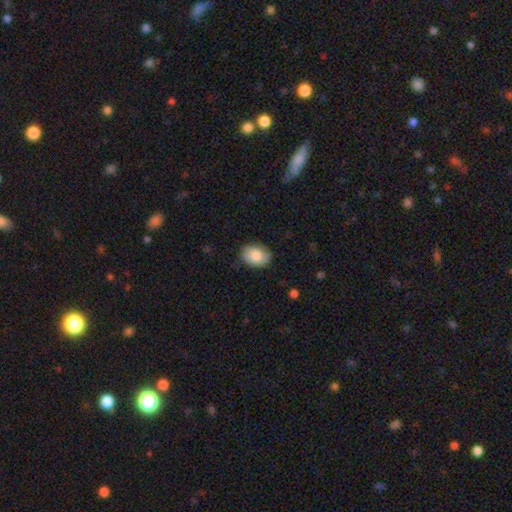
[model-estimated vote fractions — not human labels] Morphology: type=smooth (86%); roundness=in between (79%); merging=none (84%).